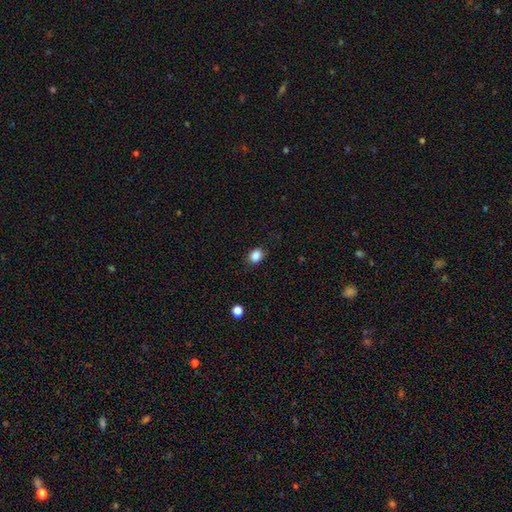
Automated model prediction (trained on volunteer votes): Smooth or featured? smooth (86%)
How rounded? in between (56%)
Merging? none (83%)